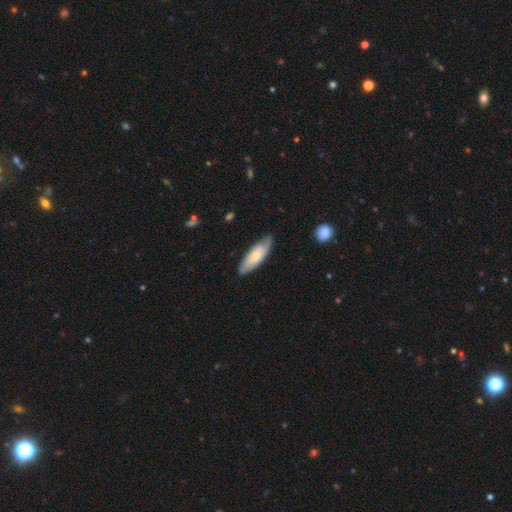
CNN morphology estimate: Overall: smooth (59%; featured or disk 35%). How rounded: in between (57%; cigar-shaped 41%). Merging: none (76%).